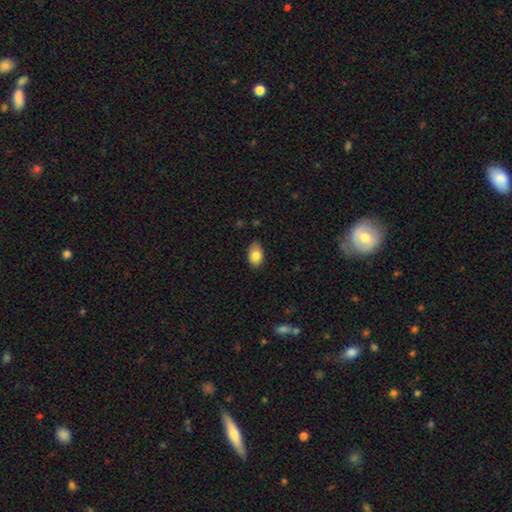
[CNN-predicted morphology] Smooth or featured: smooth — 83% (featured or disk — 9%)
How rounded: in between — 90% (round — 9%)
Merging: none — 82% (minor disturbance — 14%)